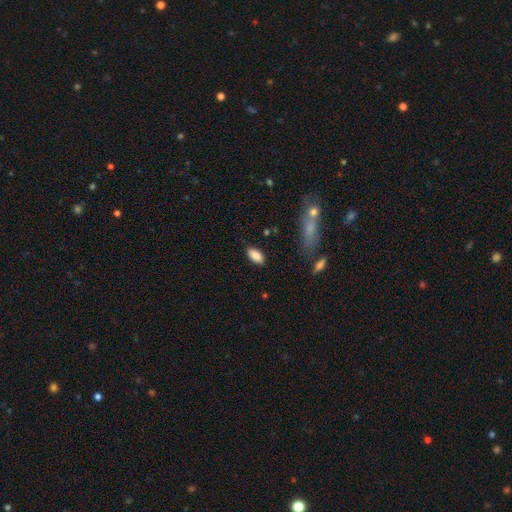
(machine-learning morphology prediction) A smooth galaxy with no disk features (87%) that is in between round and cigar-shaped (91%).

Vote fractions:
- Smooth or featured? smooth: 87% / star or artifact: 7% / featured or disk: 6%
- How rounded? in between: 91% / cigar-shaped: 6% / round: 3%
- Merging? none: 84% / minor disturbance: 12% / major disturbance: 3% / merger: 2%